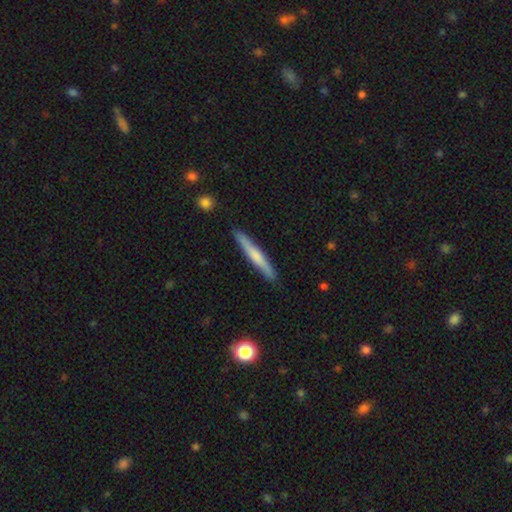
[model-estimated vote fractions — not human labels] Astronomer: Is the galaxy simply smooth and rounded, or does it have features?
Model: smooth — 56% (runner-up: featured or disk, 39%).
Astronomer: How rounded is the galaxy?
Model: cigar-shaped — 95%.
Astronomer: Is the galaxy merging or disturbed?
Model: none — 89%.